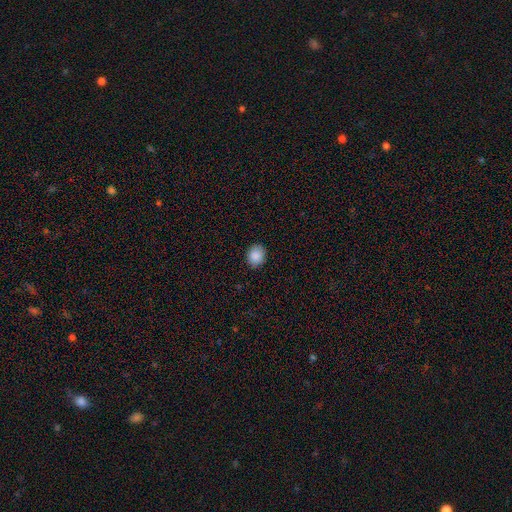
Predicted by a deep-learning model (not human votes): smooth_or_featured: smooth (p=0.88) [alt: star or artifact p=0.08]
how_rounded: round (p=0.57) [alt: in between p=0.42]
merging: none (p=0.87) [alt: minor disturbance p=0.10]